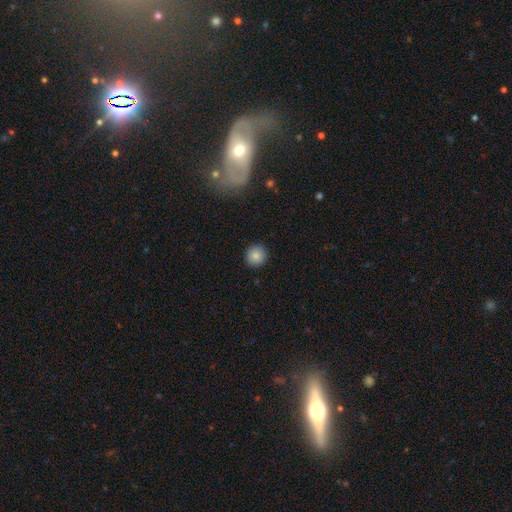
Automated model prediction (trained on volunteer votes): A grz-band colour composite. It shows a smooth galaxy with no disk features (85%) that is round (92%). Merging: none (91%).